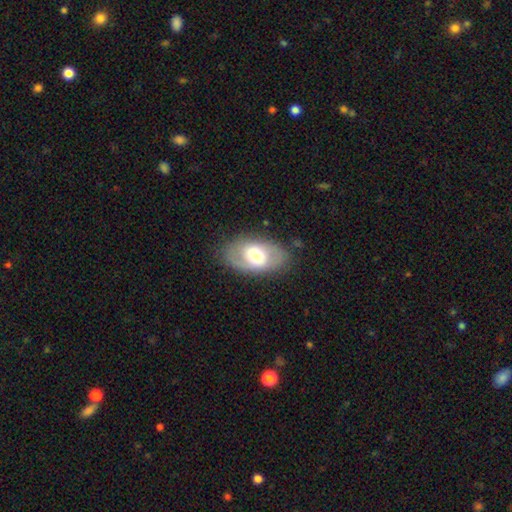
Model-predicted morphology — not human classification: This appears to be a smooth galaxy with no disk features (50%). Merging: none (80%).